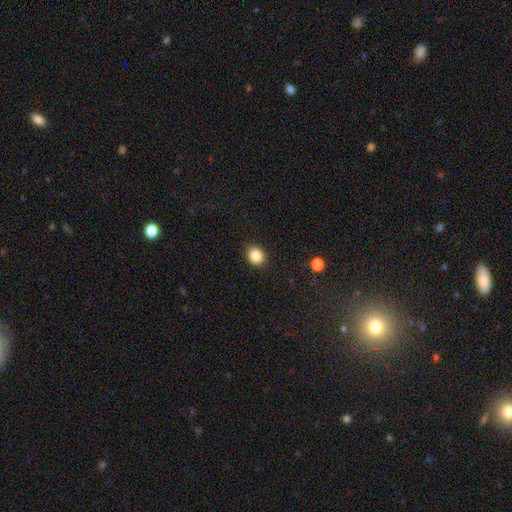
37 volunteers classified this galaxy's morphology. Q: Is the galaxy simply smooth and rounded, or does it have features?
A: smooth — 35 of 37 (95%).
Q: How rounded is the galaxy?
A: round — 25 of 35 (71%).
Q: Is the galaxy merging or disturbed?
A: none — 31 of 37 (84%).